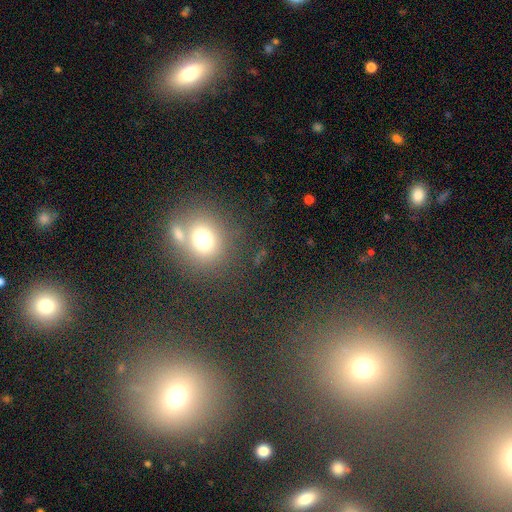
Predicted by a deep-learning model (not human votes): Smooth or featured? Predicted: smooth (p=0.61). How rounded? Predicted: round (p=0.76). Merging? Predicted: none (p=0.74).